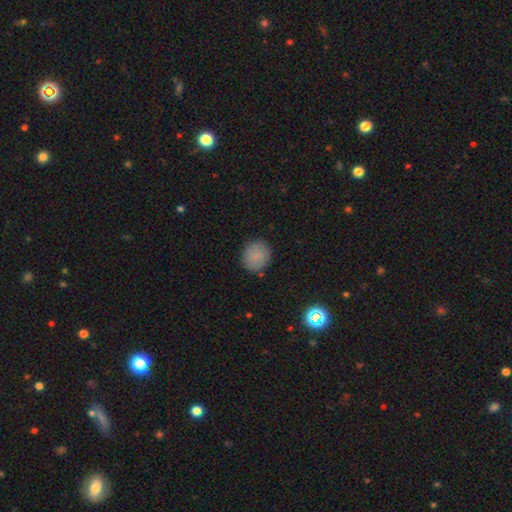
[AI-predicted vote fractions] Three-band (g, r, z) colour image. It shows a smooth galaxy with no disk features (81%) that is round (85%). Merging: none (86%).